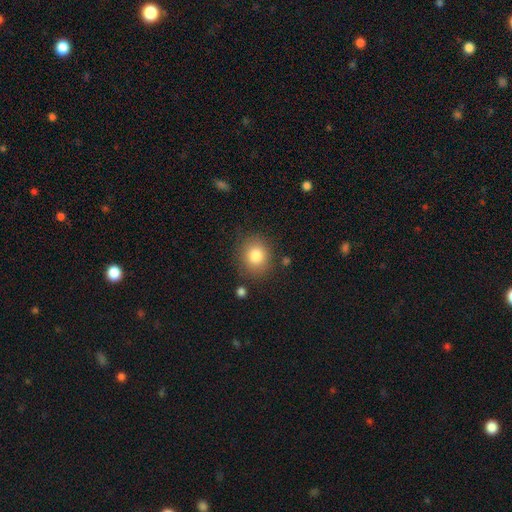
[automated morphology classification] A smooth galaxy with no disk features (82%) that is round (78%). Merging: none (83%).